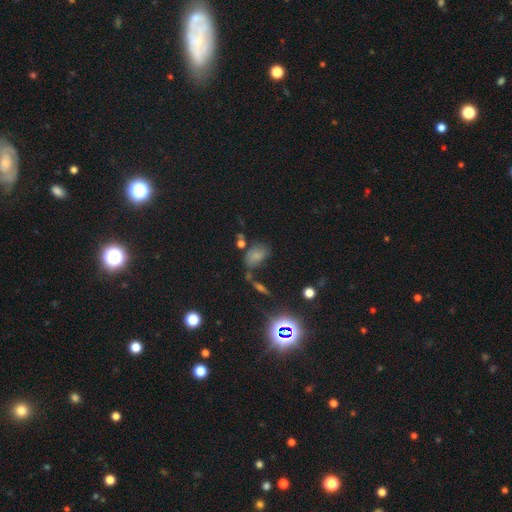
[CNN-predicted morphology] Smooth or featured? Predicted: smooth (p=0.65). How rounded? Predicted: in between (p=0.81). Merging? Predicted: none (p=0.53).